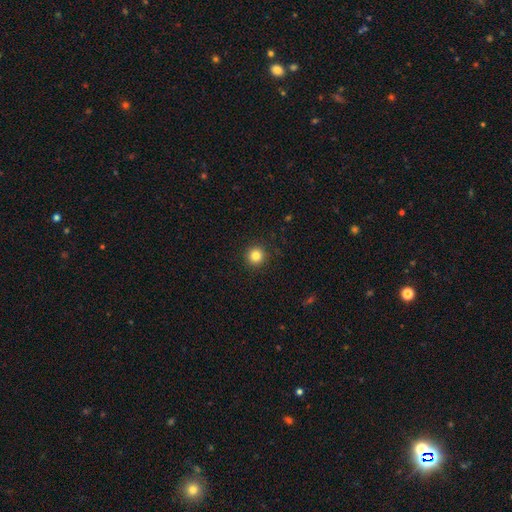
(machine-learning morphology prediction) Smooth or featured? smooth (83%)
How rounded? round (95%)
Merging? none (92%)